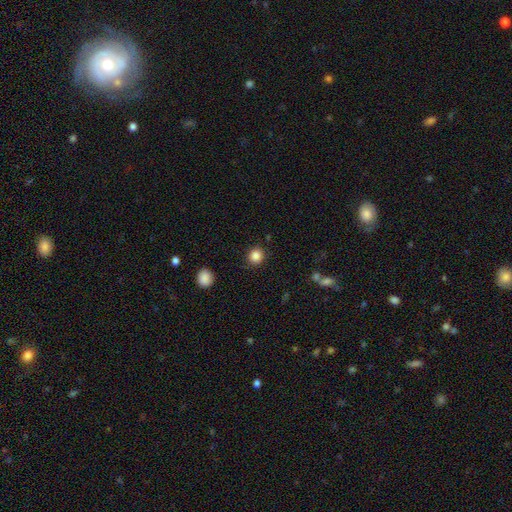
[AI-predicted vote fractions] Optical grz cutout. It shows a smooth galaxy with no disk features (86%) that is round (88%). Merging: none (89%).